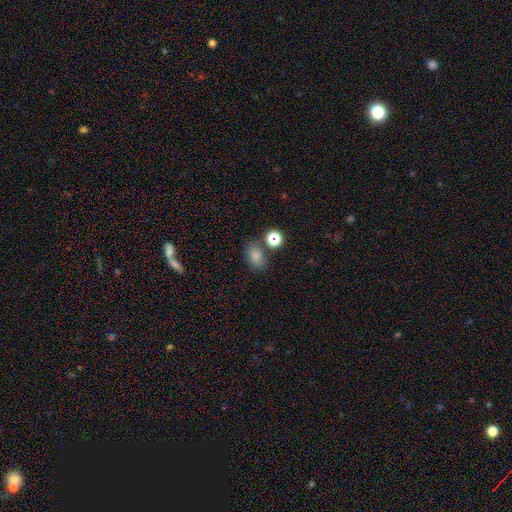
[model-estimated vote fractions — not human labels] A smooth galaxy with no disk features (79%) that is in between round and cigar-shaped (74%).

Vote fractions:
- Smooth or featured? smooth: 79% / star or artifact: 15% / featured or disk: 6%
- How rounded? in between: 74% / round: 24% / cigar-shaped: 1%
- Merging? none: 72% / minor disturbance: 13% / merger: 11% / major disturbance: 4%